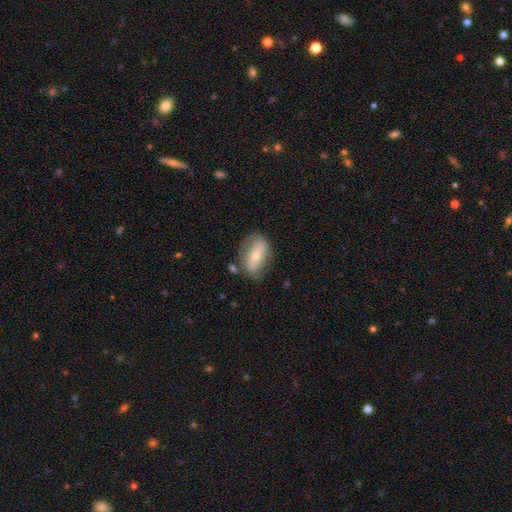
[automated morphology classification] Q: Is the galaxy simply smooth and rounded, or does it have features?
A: smooth — 46%, tied with featured or disk.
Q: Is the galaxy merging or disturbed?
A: none — 68%.